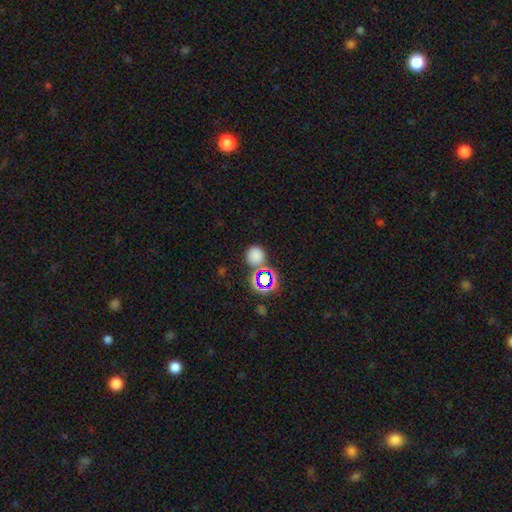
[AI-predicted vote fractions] Smooth or featured? smooth (70%)
How rounded? round (88%)
Merging? none (72%)